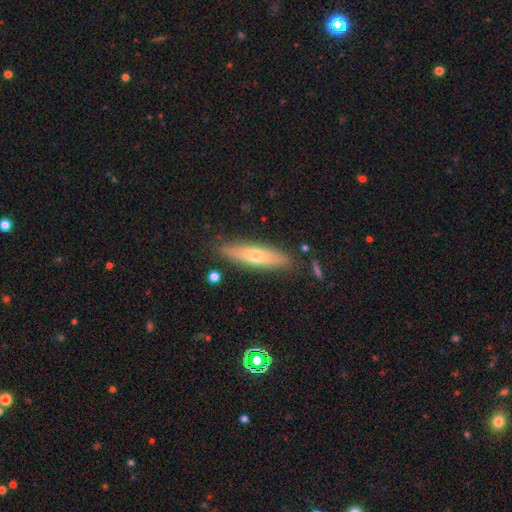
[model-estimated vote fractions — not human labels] A smooth galaxy with no disk features (53%) that is cigar-shaped (75%).

Vote fractions:
- Smooth or featured? smooth: 53% / featured or disk: 40% / star or artifact: 7%
- How rounded? cigar-shaped: 75% / in between: 23% / round: 2%
- Merging? none: 85% / minor disturbance: 10% / merger: 2% / major disturbance: 2%